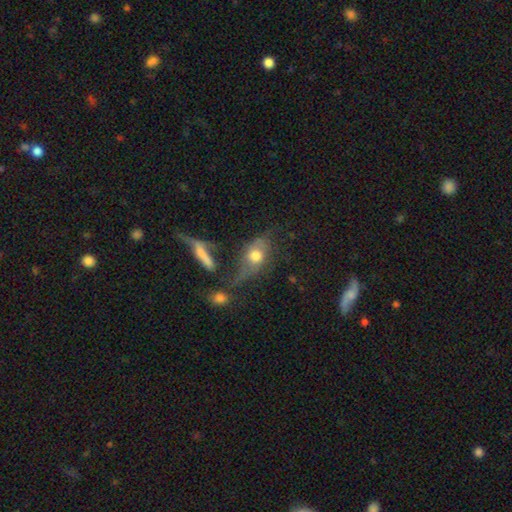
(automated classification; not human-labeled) smooth-or-featured: smooth: 61% | featured or disk: 27% | star or artifact: 12%
  how-rounded: in between: 59% | round: 32% | cigar-shaped: 9%
  merging: none: 36% | major disturbance: 24% | merger: 21% | minor disturbance: 18%